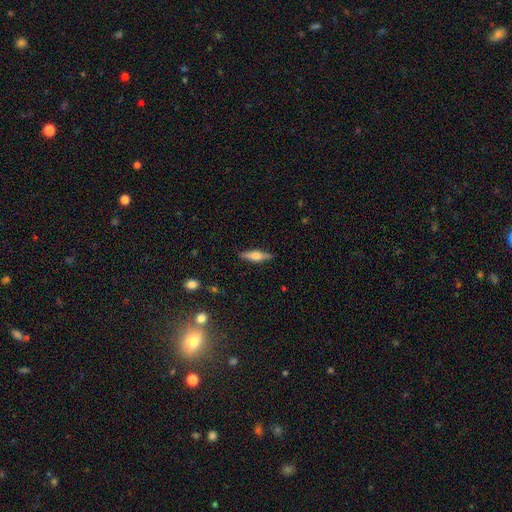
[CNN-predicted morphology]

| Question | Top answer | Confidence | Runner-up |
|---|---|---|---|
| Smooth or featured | featured or disk | 49% | smooth (44%) |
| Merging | none | 88% | minor disturbance (9%) |